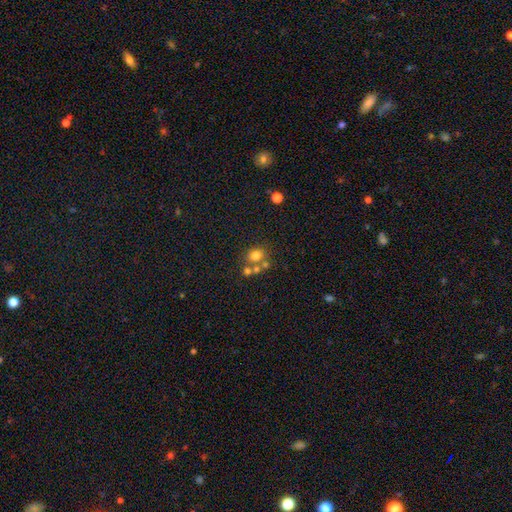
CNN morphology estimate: A smooth galaxy with no disk features (73%) that is round (69%). Merging: none (55%).